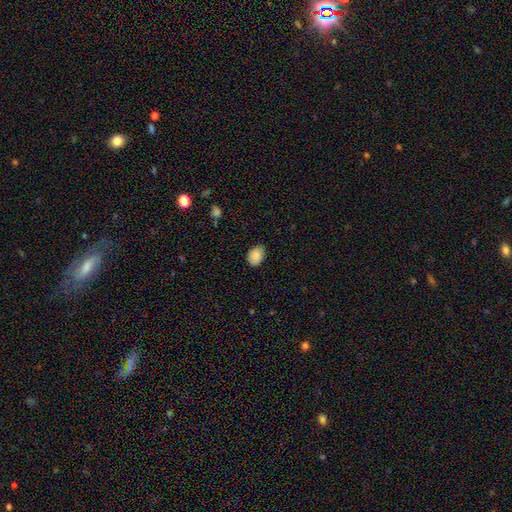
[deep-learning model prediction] Smooth or featured: smooth — 88% (star or artifact — 7%)
How rounded: in between — 74% (round — 25%)
Merging: none — 78% (minor disturbance — 18%)